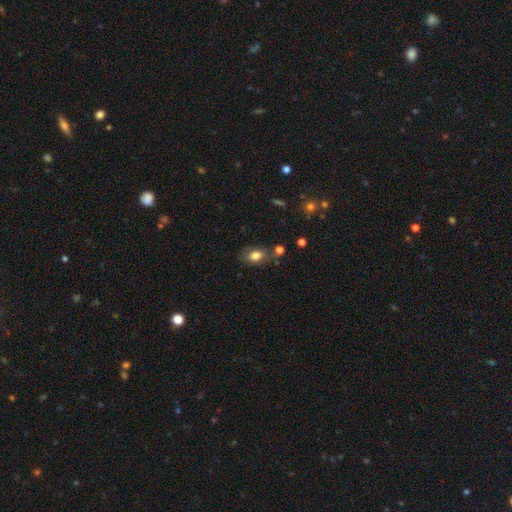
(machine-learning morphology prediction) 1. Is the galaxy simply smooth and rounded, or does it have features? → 79% smooth, 12% featured or disk, 9% star or artifact.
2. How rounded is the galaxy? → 84% in between, 14% round, 2% cigar-shaped.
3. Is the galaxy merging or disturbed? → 63% none, 19% minor disturbance, 12% merger, 6% major disturbance.